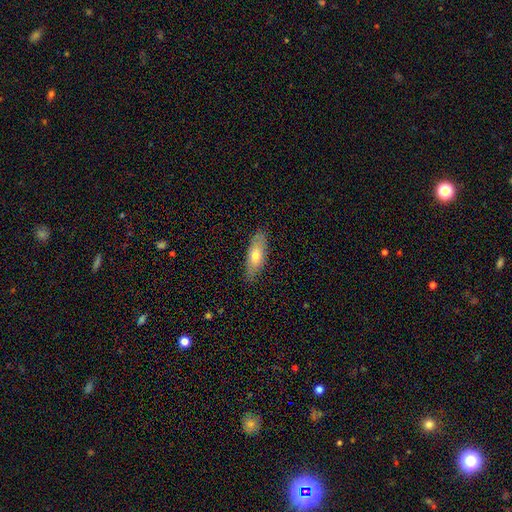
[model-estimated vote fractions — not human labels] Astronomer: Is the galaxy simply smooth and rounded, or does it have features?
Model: smooth — 66%.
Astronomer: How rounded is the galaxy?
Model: in between — 67%.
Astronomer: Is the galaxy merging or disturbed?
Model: none — 84%.